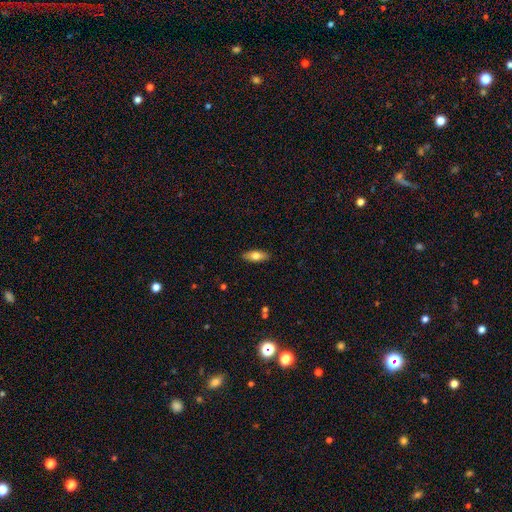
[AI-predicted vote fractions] Morphology: type=smooth (74%); roundness=in between (76%); merging=none (89%).